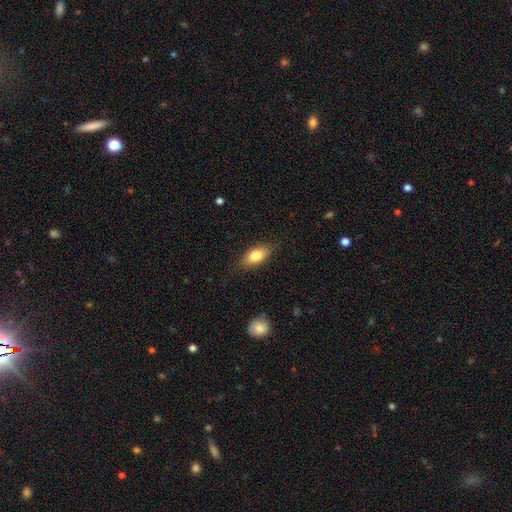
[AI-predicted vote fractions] Smooth or featured? smooth (81%)
How rounded? in between (86%)
Merging? none (84%)